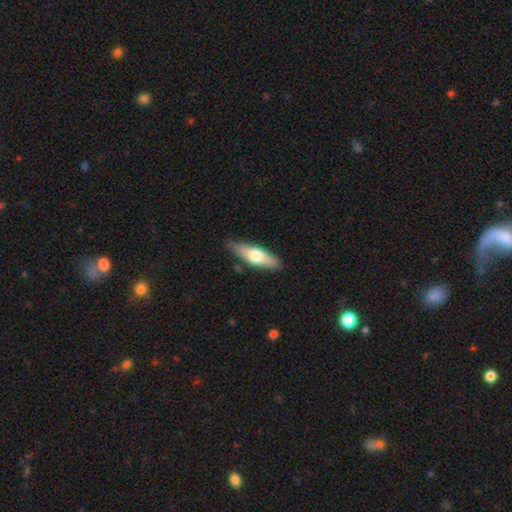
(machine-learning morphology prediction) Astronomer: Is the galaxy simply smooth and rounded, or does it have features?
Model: smooth — 60%.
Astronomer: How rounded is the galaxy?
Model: cigar-shaped — 49%, tied with in between at 49%.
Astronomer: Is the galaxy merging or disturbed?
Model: none — 82%.